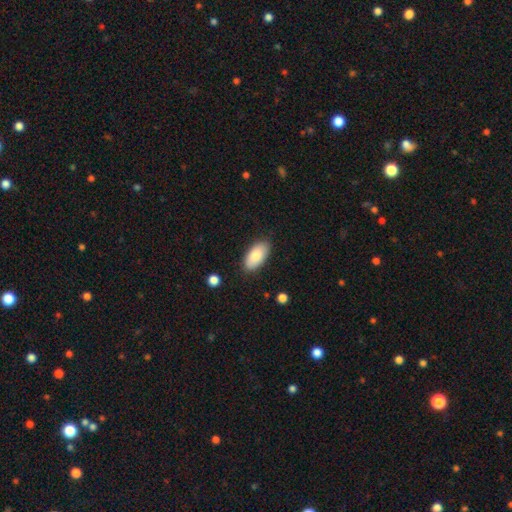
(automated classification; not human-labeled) smooth-or-featured: smooth: 83% | featured or disk: 11% | star or artifact: 6%
  how-rounded: in between: 94% | cigar-shaped: 4% | round: 2%
  merging: none: 86% | minor disturbance: 11% | major disturbance: 2% | merger: 1%